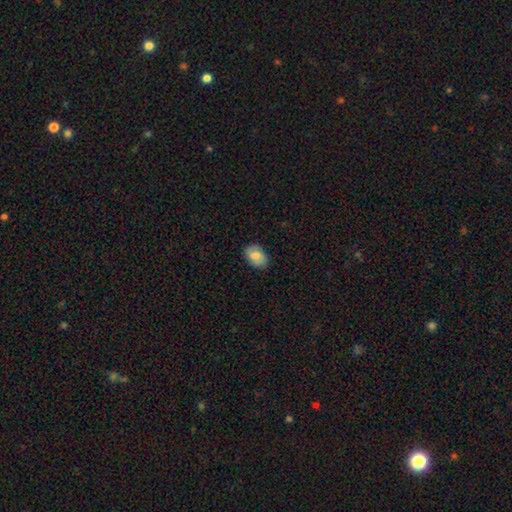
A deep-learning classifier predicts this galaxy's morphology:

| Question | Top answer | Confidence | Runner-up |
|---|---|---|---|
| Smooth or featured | smooth | 69% | featured or disk (24%) |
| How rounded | in between | 84% | round (15%) |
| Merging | none | 82% | minor disturbance (14%) |